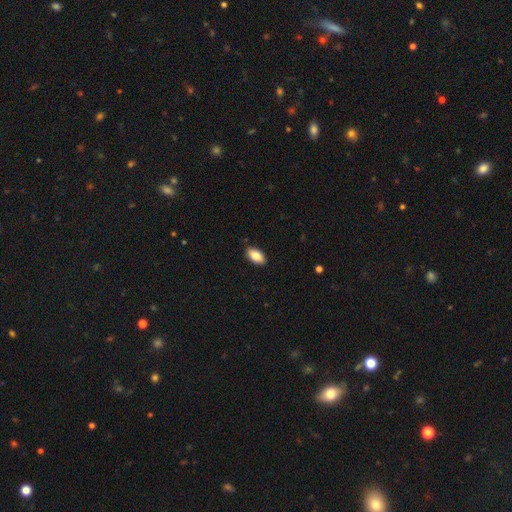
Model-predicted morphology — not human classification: The model was most divided on "smooth or featured": smooth: 85%, featured or disk: 9%, star or artifact: 7%. More confident: how rounded — in between (93%); merging — none (89%).